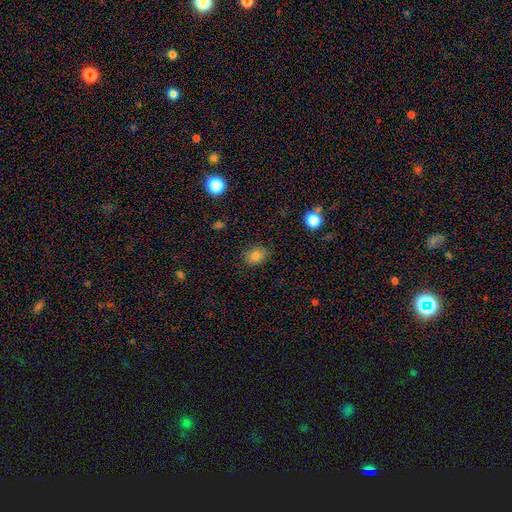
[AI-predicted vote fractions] This is clearly a smooth galaxy (82%). How rounded: possibly in between (52%). Merging: clearly none (82%).